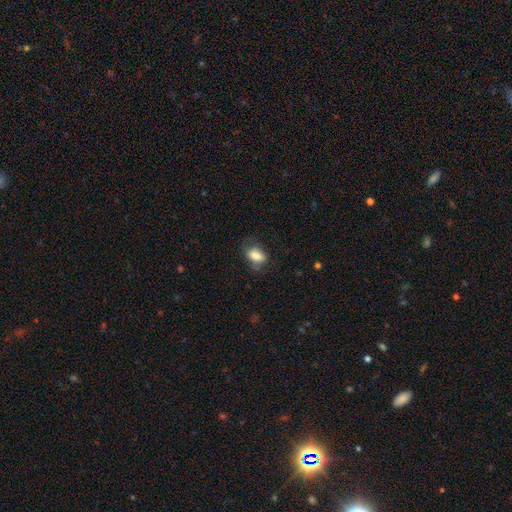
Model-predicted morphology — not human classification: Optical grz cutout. It shows a smooth galaxy with no disk features (77%) that is in between round and cigar-shaped (83%). Merging: none (64%).